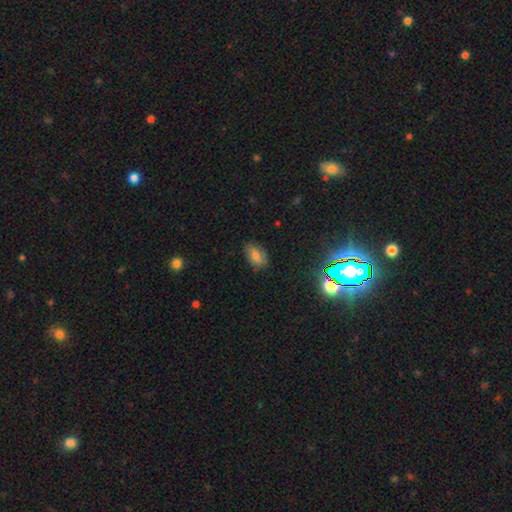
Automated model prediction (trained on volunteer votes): Smooth or featured? smooth (72%)
How rounded? in between (89%)
Merging? none (78%)